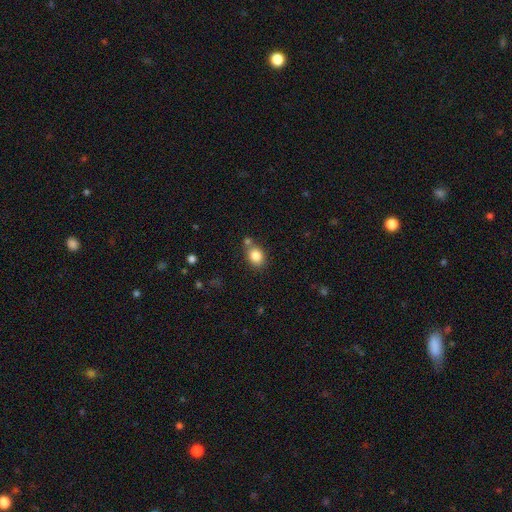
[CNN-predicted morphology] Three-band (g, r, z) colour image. It shows a smooth galaxy with no disk features (83%) that is in between round and cigar-shaped (52%). Merging: none (65%).